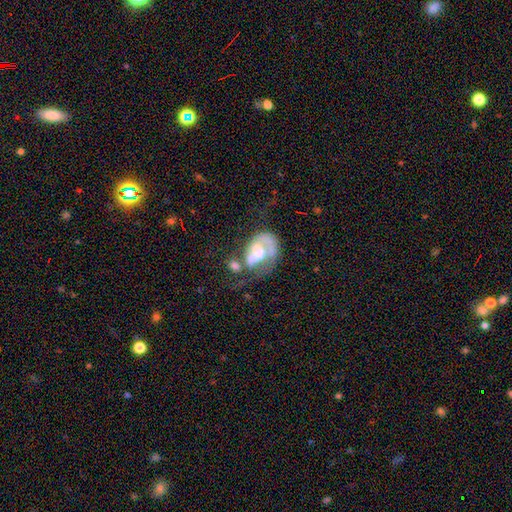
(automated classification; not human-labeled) smooth_or_featured: featured or disk (p=0.66) [alt: smooth p=0.23]
disk_edge_on: no (p=0.97) [alt: yes p=0.03]
bar: no (p=0.62) [alt: weak p=0.27]
has_spiral_arms: yes (p=0.66) [alt: no p=0.34]
bulge_size: moderate (p=0.49) [alt: small p=0.21]
merging: major disturbance (p=0.31) [alt: merger p=0.30]